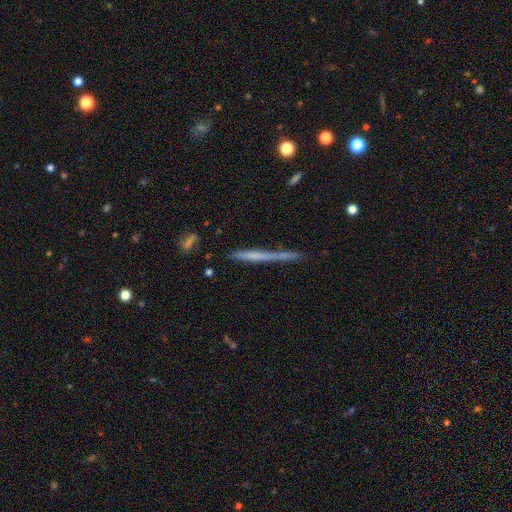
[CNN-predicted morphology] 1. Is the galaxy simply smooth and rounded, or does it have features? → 48% smooth, 44% featured or disk, 8% star or artifact.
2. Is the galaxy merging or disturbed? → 68% none, 19% minor disturbance, 7% merger, 6% major disturbance.